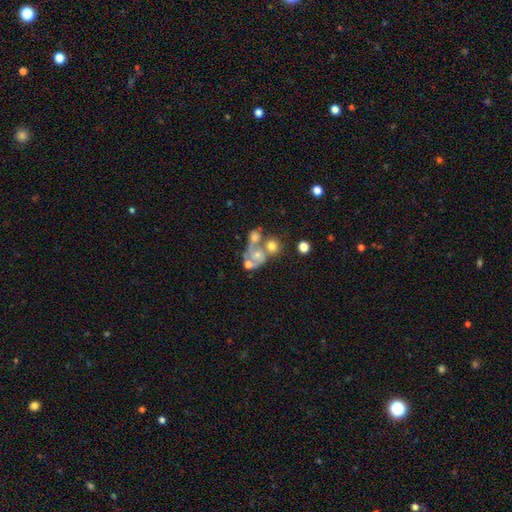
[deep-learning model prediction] A featured or disk galaxy (46%).

Vote fractions:
- Smooth or featured? featured or disk: 46% / smooth: 42% / star or artifact: 12%
- Merging? merger: 53% / none: 22% / major disturbance: 14% / minor disturbance: 10%